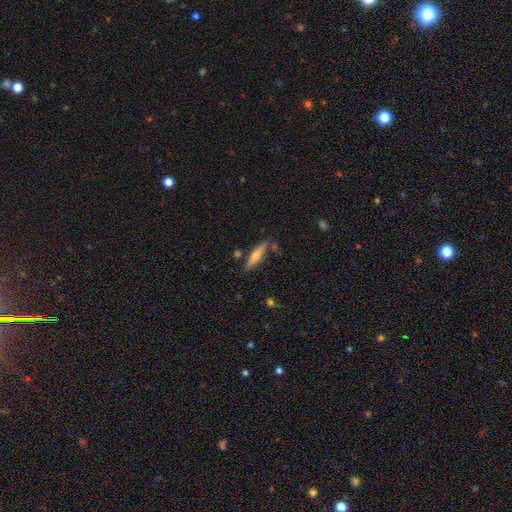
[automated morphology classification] smooth-or-featured: featured or disk: 47% (tied) | smooth: 47% (tied) | star or artifact: 6%
  merging: none: 78% | minor disturbance: 13% | merger: 6% | major disturbance: 3%